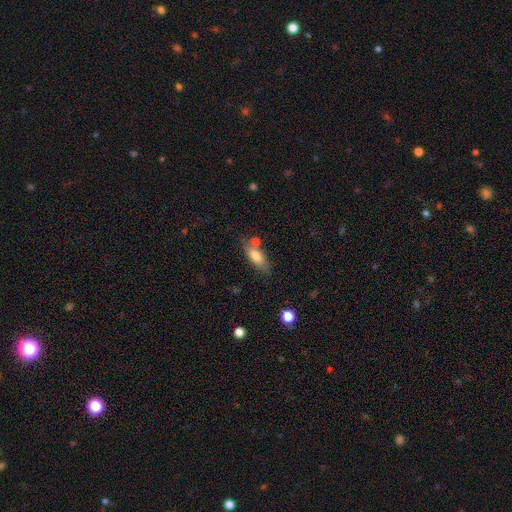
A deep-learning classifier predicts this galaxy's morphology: Q: Smooth or featured?
A: smooth (75%); runner-up: featured or disk (18%)
Q: How rounded?
A: in between (67%); runner-up: cigar-shaped (30%)
Q: Merging?
A: none (65%); runner-up: minor disturbance (17%)